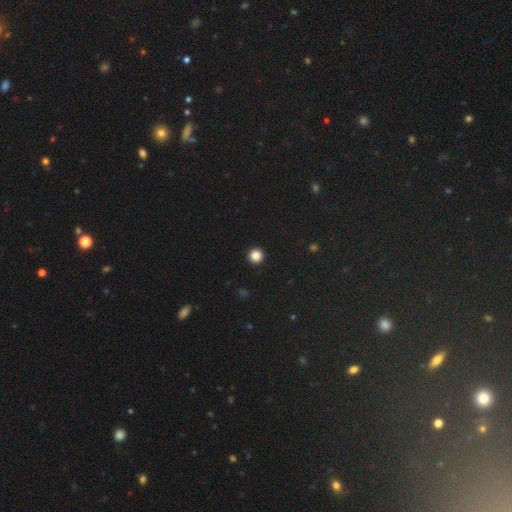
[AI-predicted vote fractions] smooth_or_featured: smooth (p=0.86) [alt: star or artifact p=0.11]
how_rounded: round (p=0.96) [alt: in between p=0.03]
merging: none (p=0.94) [alt: minor disturbance p=0.03]